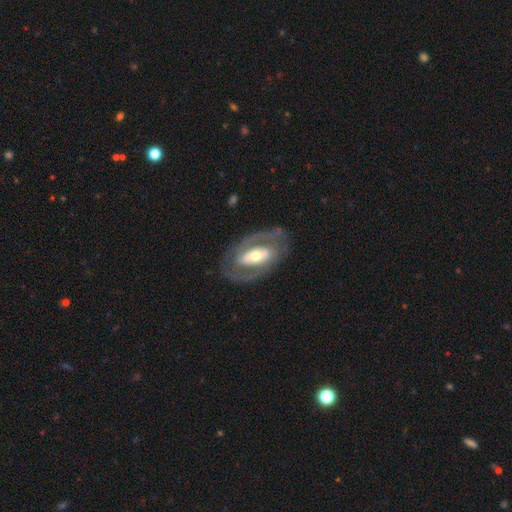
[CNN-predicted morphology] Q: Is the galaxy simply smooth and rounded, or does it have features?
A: featured or disk — 81%.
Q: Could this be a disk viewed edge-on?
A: no — 93%.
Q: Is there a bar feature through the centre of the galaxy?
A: strong — 38%.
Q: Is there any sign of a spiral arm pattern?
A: yes — 71%.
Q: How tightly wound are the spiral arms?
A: tight — 46%.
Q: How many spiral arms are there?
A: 2 — 80%.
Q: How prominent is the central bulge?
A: moderate — 60%.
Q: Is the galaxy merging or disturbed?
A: none — 78%.